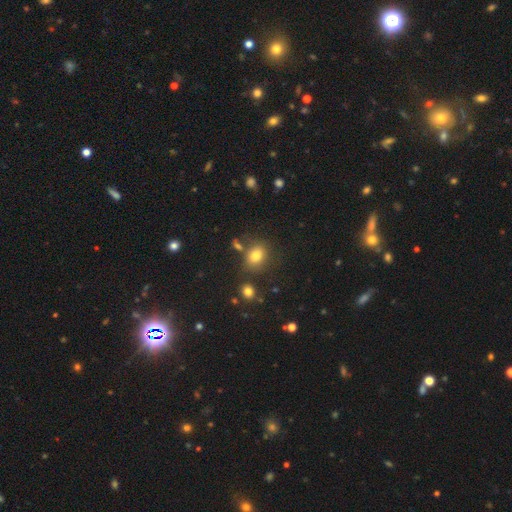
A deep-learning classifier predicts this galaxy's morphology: type=smooth (78%); roundness=in between (56%); merging=none (71%).